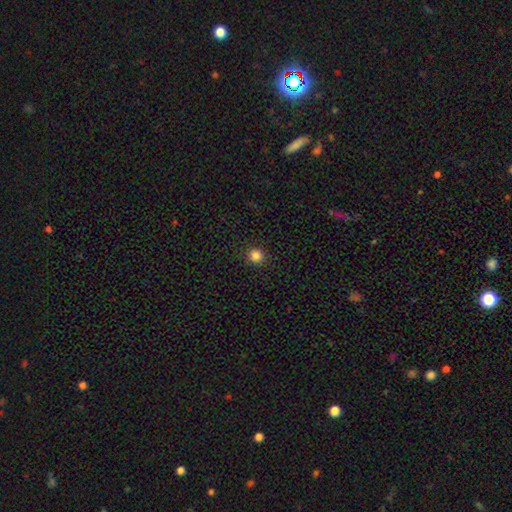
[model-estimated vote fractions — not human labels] Morphology: type=smooth (84%); roundness=round (91%); merging=none (92%).